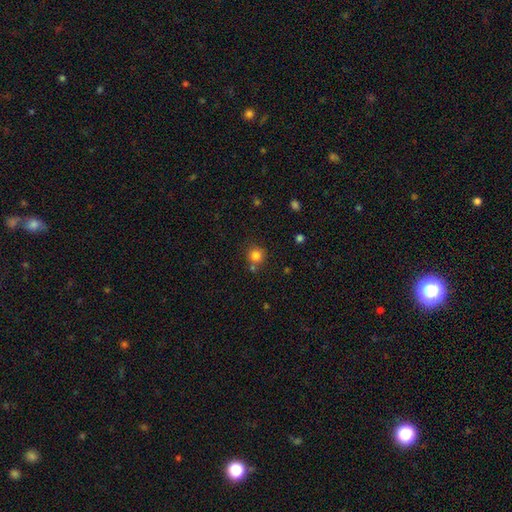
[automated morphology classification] smooth-or-featured: smooth: 82% | star or artifact: 13% | featured or disk: 6%
  how-rounded: round: 92% | in between: 8% | cigar-shaped: 1%
  merging: none: 70% | merger: 16% | minor disturbance: 11% | major disturbance: 4%